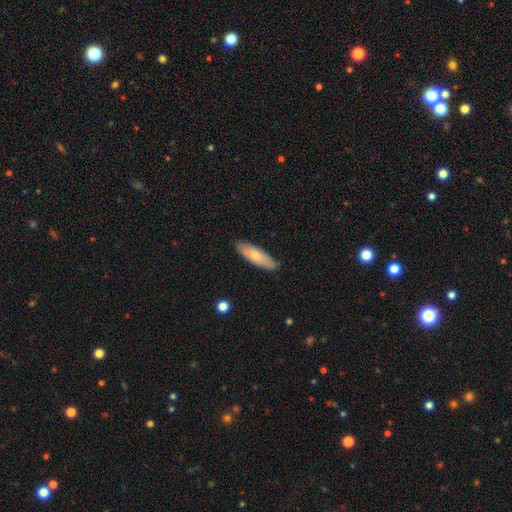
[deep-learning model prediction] The model was most divided on "how rounded": cigar-shaped: 53%, in between: 46%, round: 2%. More confident: merging — none (85%); smooth or featured — smooth (68%).